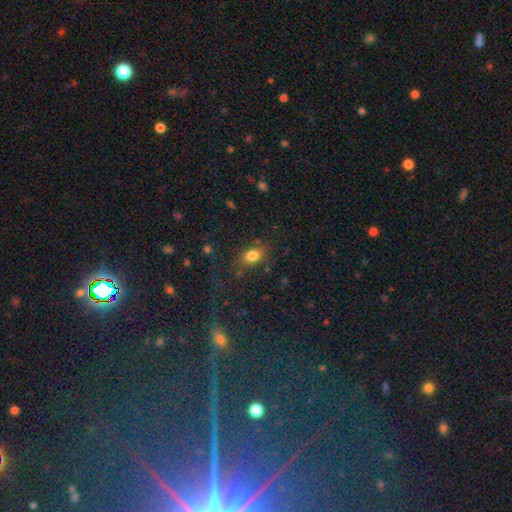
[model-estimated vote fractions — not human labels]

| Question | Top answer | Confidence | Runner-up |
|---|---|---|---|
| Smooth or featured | smooth | 77% | star or artifact (15%) |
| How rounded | in between | 68% | round (29%) |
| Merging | none | 76% | minor disturbance (14%) |